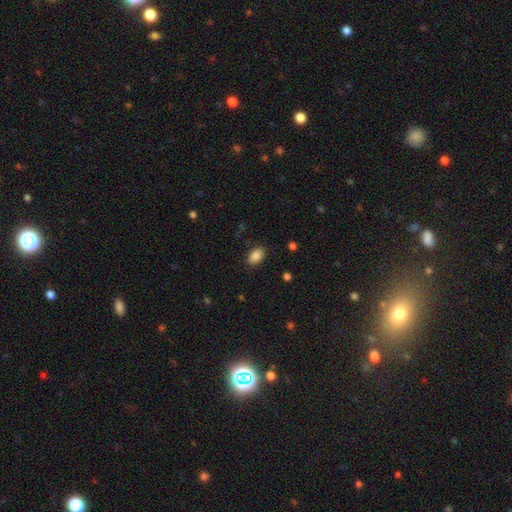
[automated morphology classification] smooth-or-featured: smooth: 87% | star or artifact: 8% | featured or disk: 6%
  how-rounded: in between: 88% | round: 10% | cigar-shaped: 1%
  merging: none: 86% | minor disturbance: 11% | major disturbance: 3% | merger: 1%